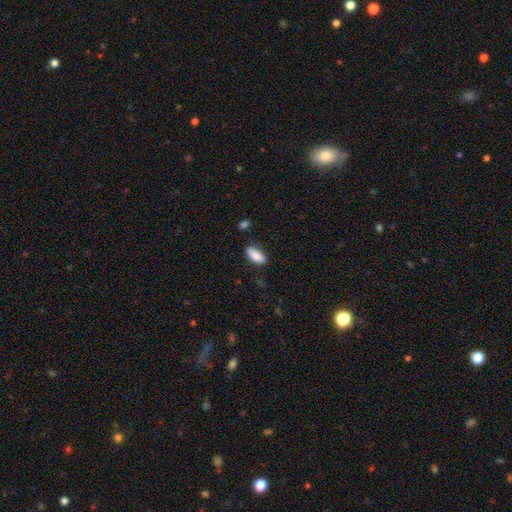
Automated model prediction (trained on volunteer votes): Smooth or featured: smooth — 88% (star or artifact — 6%)
How rounded: in between — 82% (cigar-shaped — 15%)
Merging: none — 83% (minor disturbance — 13%)